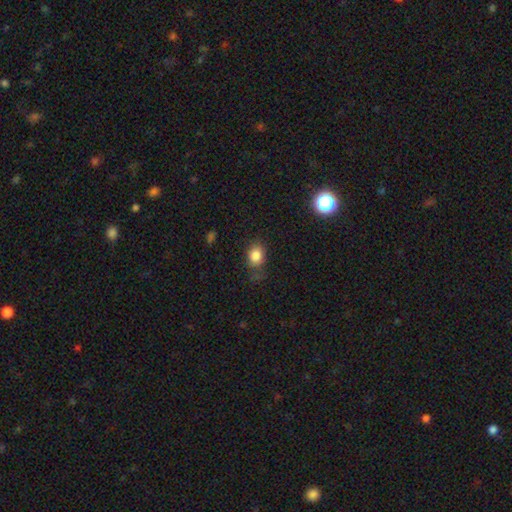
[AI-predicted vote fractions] Smooth or featured: smooth — 83% (star or artifact — 11%)
How rounded: in between — 53% (round — 45%)
Merging: none — 70% (minor disturbance — 21%)